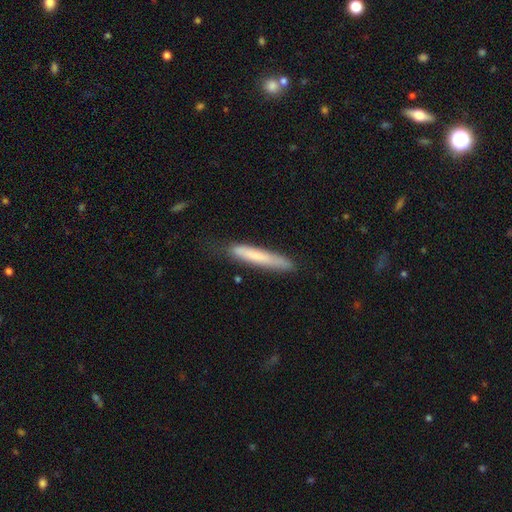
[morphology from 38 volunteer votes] This appears to be a smooth galaxy with no disk features (66%) that is cigar-shaped (100%). Merging: none (63%).